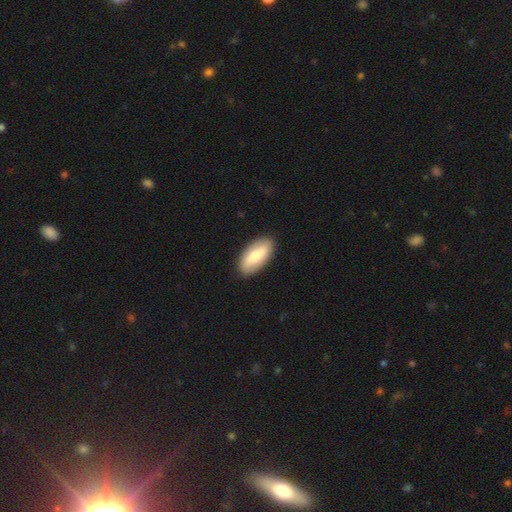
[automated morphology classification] The model was most divided on "smooth or featured": smooth: 70%, featured or disk: 25%, star or artifact: 5%. More confident: how rounded — in between (90%); merging — none (88%).